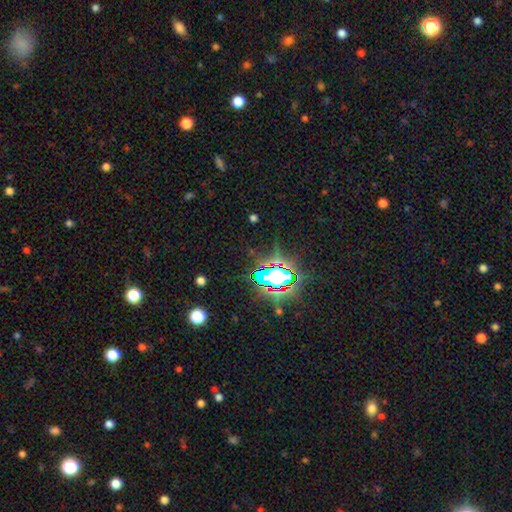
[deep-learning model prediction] smooth-or-featured: star or artifact: 79% | smooth: 12% | featured or disk: 9%